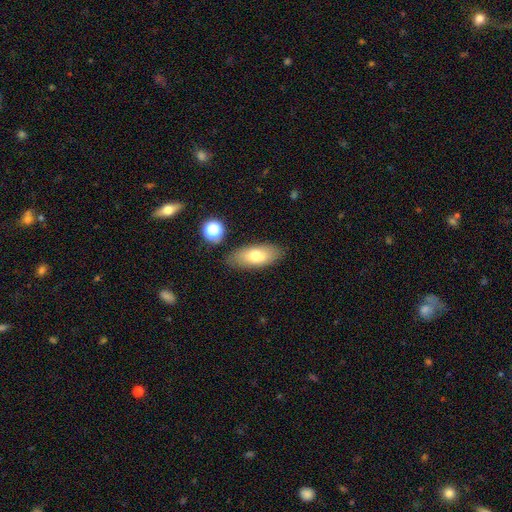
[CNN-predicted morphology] Q: Smooth or featured?
A: smooth (72%); runner-up: featured or disk (21%)
Q: How rounded?
A: in between (81%); runner-up: cigar-shaped (16%)
Q: Merging?
A: none (83%); runner-up: minor disturbance (11%)